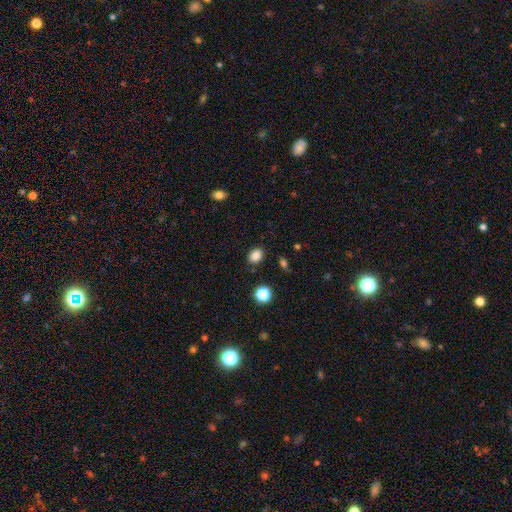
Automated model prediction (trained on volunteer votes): A smooth galaxy with no disk features (85%) that is in between round and cigar-shaped (70%).

Vote fractions:
- Smooth or featured? smooth: 85% / star or artifact: 11% / featured or disk: 4%
- How rounded? in between: 70% / round: 29% / cigar-shaped: 1%
- Merging? none: 83% / minor disturbance: 12% / major disturbance: 3% / merger: 2%